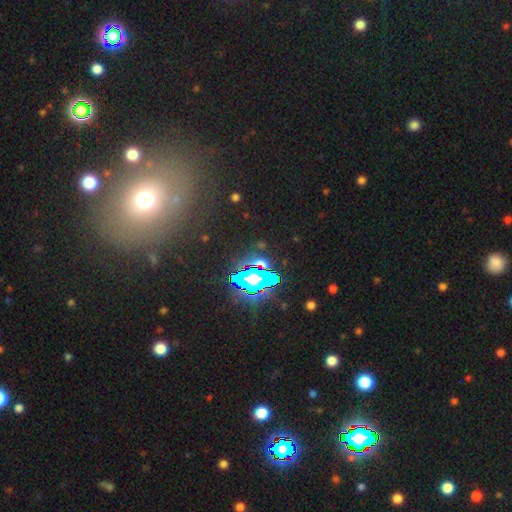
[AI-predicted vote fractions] Smooth or featured?
  - star or artifact: 66% *
  - smooth: 19%
  - featured or disk: 15%